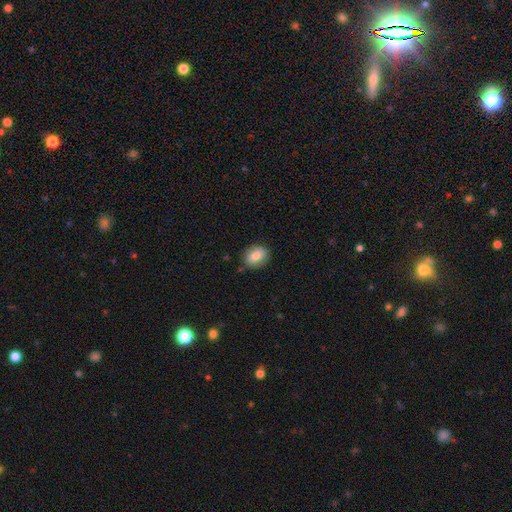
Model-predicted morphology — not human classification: Smooth or featured? Predicted: smooth (p=0.80). How rounded? Predicted: round (p=0.49, tied with in between). Merging? Predicted: none (p=0.83).